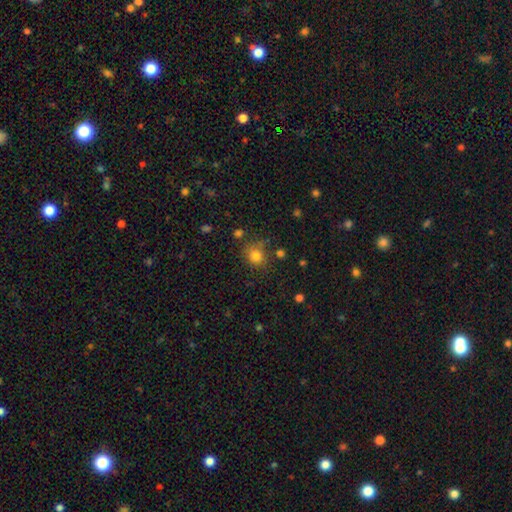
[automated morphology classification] Smooth or featured? Predicted: smooth (p=0.81). How rounded? Predicted: round (p=0.77). Merging? Predicted: none (p=0.71).